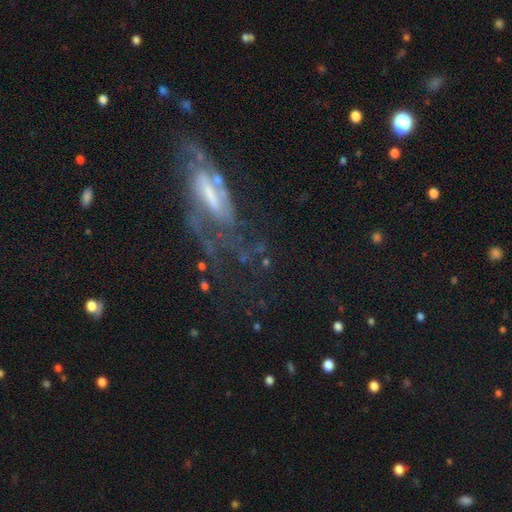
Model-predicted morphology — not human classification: Smooth or featured: featured or disk — 75% (star or artifact — 13%)
Edge-on disk: no — 83% (yes — 17%)
Bar: strong — 40% (weak — 37%)
Spiral arms: yes — 84% (no — 16%)
Spiral winding: medium — 42% (tight — 39%)
Spiral arm count: 2 — 42% (can't tell — 37%)
Bulge size: small — 36% (moderate — 30%)
Merging: none — 58% (major disturbance — 21%)